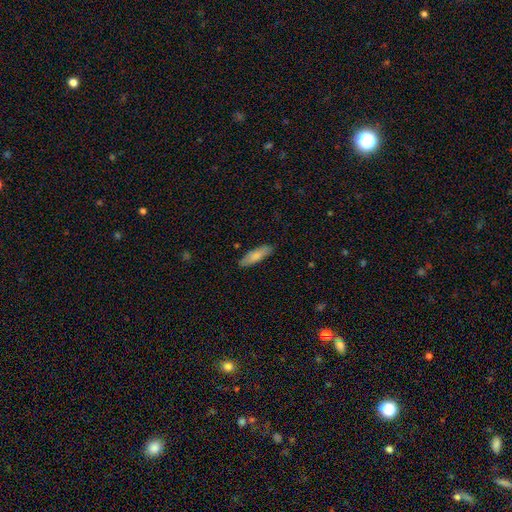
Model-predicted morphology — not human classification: Q: Smooth or featured?
A: smooth (80%); runner-up: featured or disk (14%)
Q: How rounded?
A: cigar-shaped (52%); runner-up: in between (47%)
Q: Merging?
A: none (85%); runner-up: minor disturbance (11%)